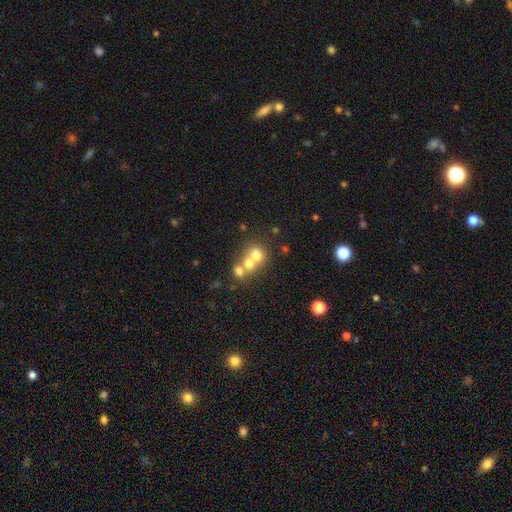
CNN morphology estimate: smooth 62%, featured or disk 24%, star or artifact 14%. Down the decision tree: how rounded — round (65%); merging — merger (63%).